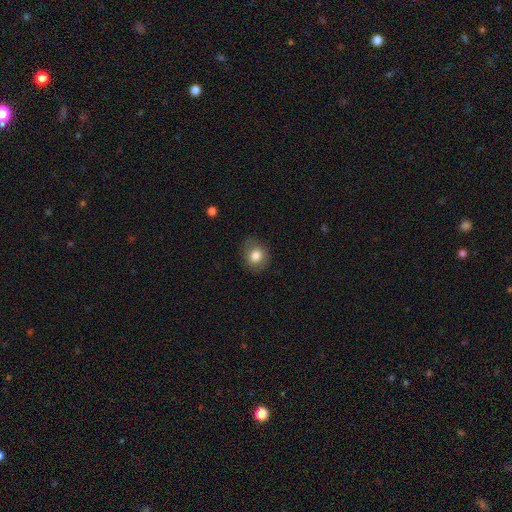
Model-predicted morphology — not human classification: Overall: smooth (81%). How rounded: round (63%; in between 36%). Merging: none (81%).